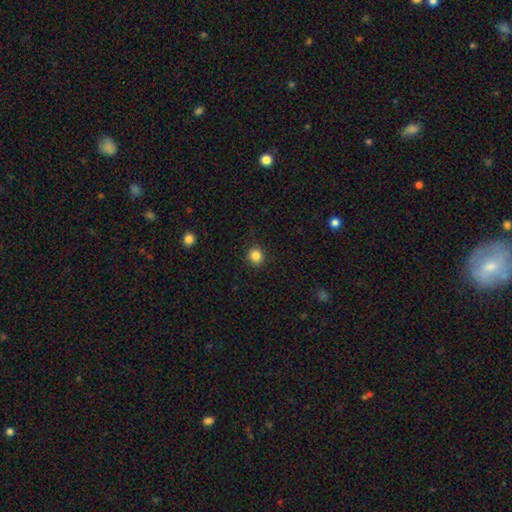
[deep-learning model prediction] smooth-or-featured: smooth: 85% | star or artifact: 11% | featured or disk: 4%
  how-rounded: round: 90% | in between: 9% | cigar-shaped: 1%
  merging: none: 90% | minor disturbance: 7% | major disturbance: 2% | merger: 1%